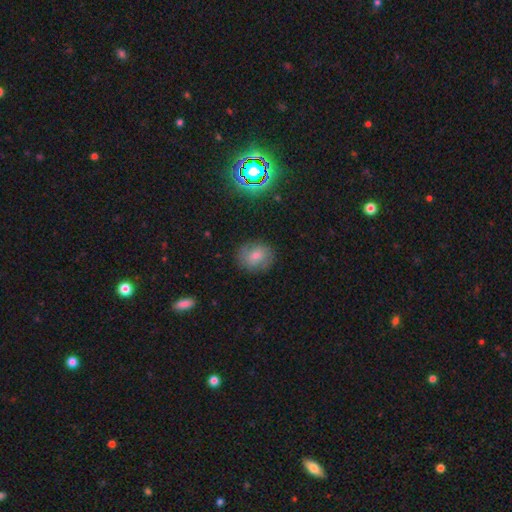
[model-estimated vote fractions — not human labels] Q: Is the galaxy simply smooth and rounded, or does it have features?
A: smooth — 58%.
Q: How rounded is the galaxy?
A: round — 64%.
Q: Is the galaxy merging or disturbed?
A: none — 82%.